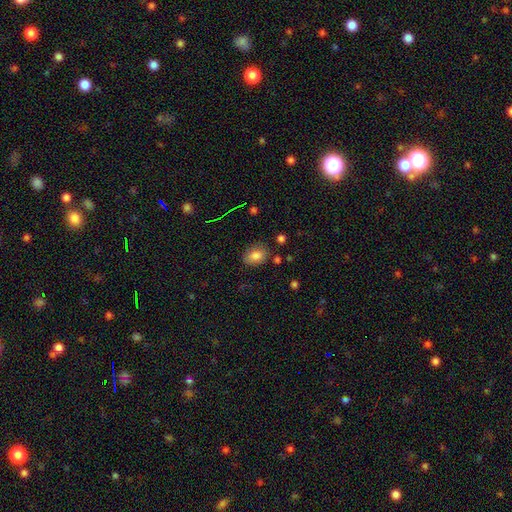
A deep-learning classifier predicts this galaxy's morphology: Smooth or featured?
  - smooth: 81% *
  - star or artifact: 11%
  - featured or disk: 9%
How rounded?
  - in between: 72% *
  - round: 27%
  - cigar-shaped: 1%
Merging?
  - none: 78% *
  - minor disturbance: 15%
  - major disturbance: 4%
  - merger: 3%